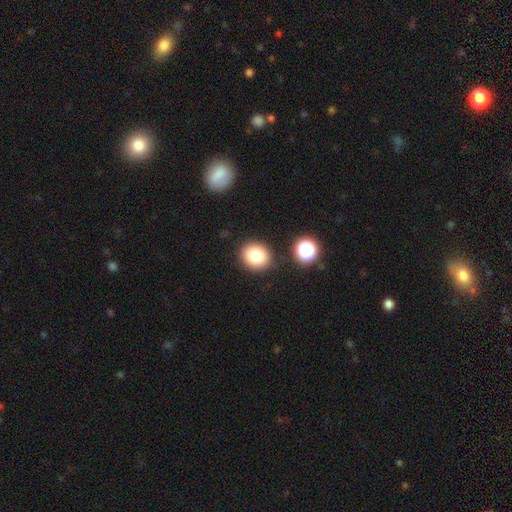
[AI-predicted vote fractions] This appears to be a smooth galaxy with no disk features (81%) that is round (77%). Merging: none (85%).